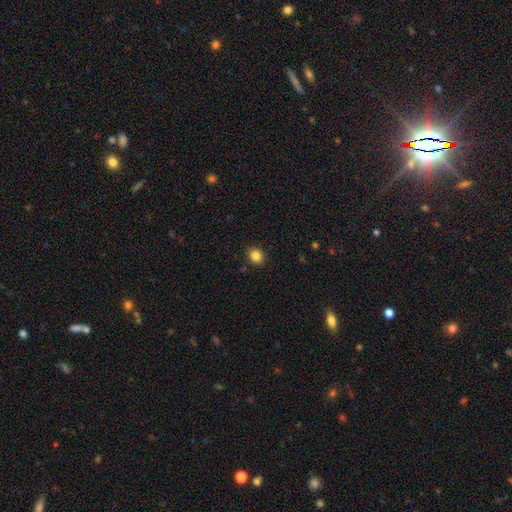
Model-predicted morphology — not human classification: smooth_or_featured: smooth (p=0.85) [alt: star or artifact p=0.10]
how_rounded: round (p=0.63) [alt: in between p=0.36]
merging: none (p=0.89) [alt: minor disturbance p=0.08]